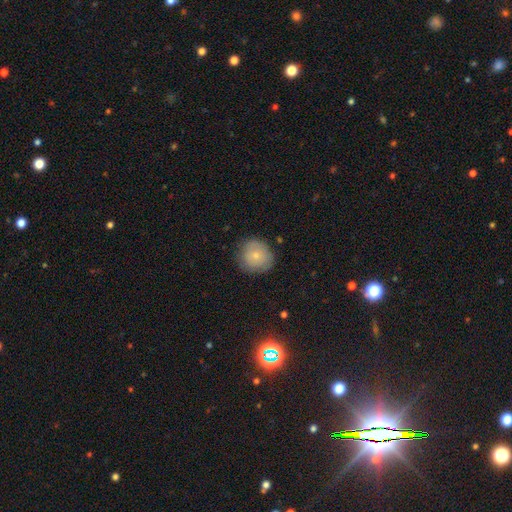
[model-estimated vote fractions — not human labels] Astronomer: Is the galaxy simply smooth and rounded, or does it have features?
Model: smooth — 72%.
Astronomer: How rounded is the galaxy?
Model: round — 89%.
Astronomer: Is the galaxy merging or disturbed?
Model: none — 79%.